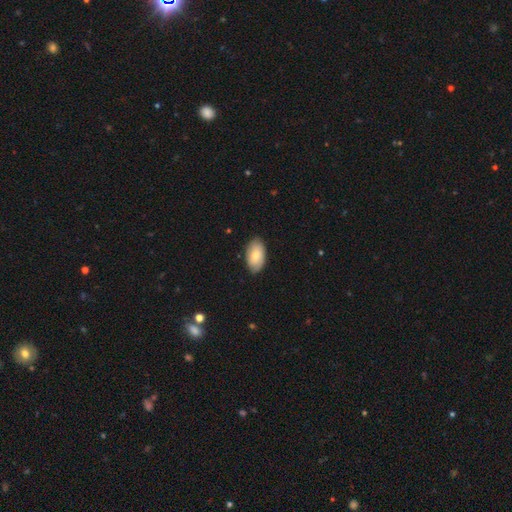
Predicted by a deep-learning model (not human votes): This appears to be a smooth galaxy with no disk features (74%) that is in between round and cigar-shaped (95%). Merging: none (85%).